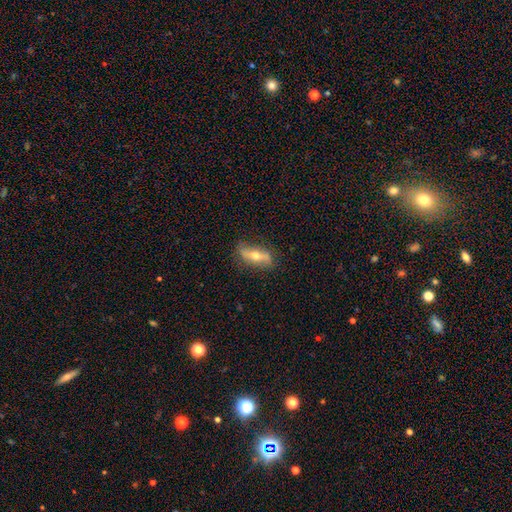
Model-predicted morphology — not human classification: Smooth or featured: featured or disk — 61% (smooth — 32%)
Edge-on disk: no — 54% (yes — 46%)
Merging: none — 79% (minor disturbance — 16%)